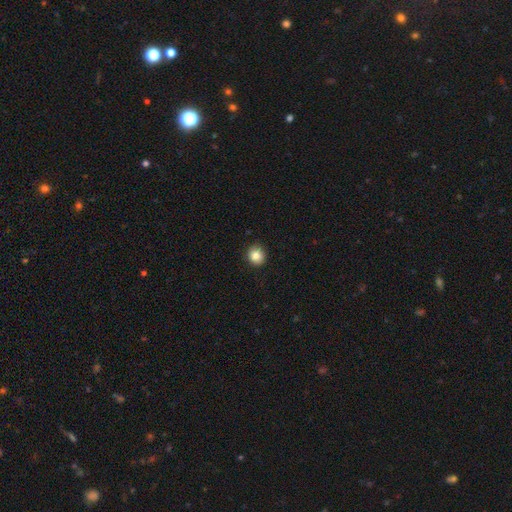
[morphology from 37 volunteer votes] smooth-or-featured: smooth: 84% | featured or disk: 8% | star or artifact: 8%
  how-rounded: round: 97% | in between: 3% | cigar-shaped: 0%
  merging: none: 82% | minor disturbance: 12% | major disturbance: 3% | merger: 3%